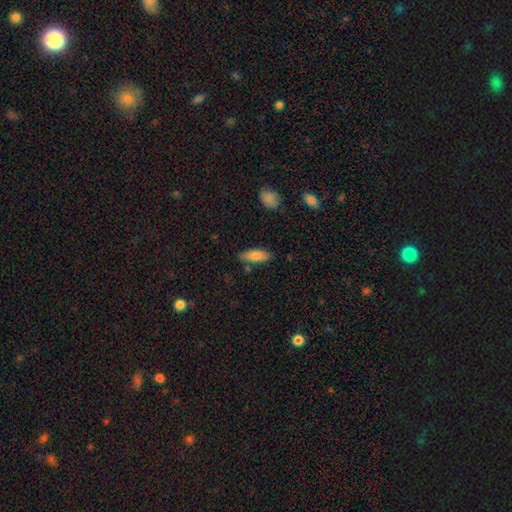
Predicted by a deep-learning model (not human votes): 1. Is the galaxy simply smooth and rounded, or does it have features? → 83% smooth, 10% featured or disk, 6% star or artifact.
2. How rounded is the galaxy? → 66% in between, 32% cigar-shaped, 2% round.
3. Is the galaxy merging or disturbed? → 80% none, 13% minor disturbance, 4% merger, 3% major disturbance.